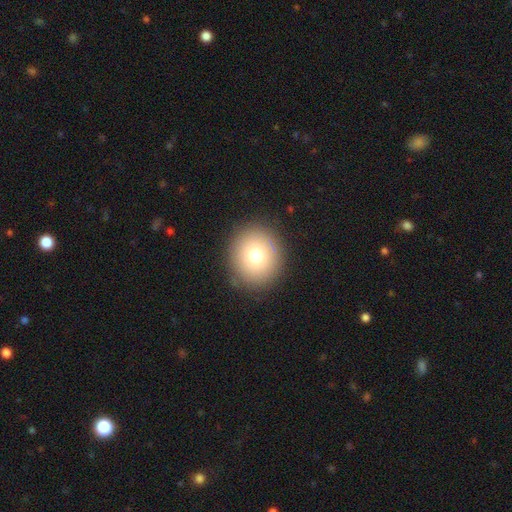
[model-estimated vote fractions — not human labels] Smooth or featured? Predicted: smooth (p=0.77). How rounded? Predicted: round (p=0.87). Merging? Predicted: none (p=0.89).